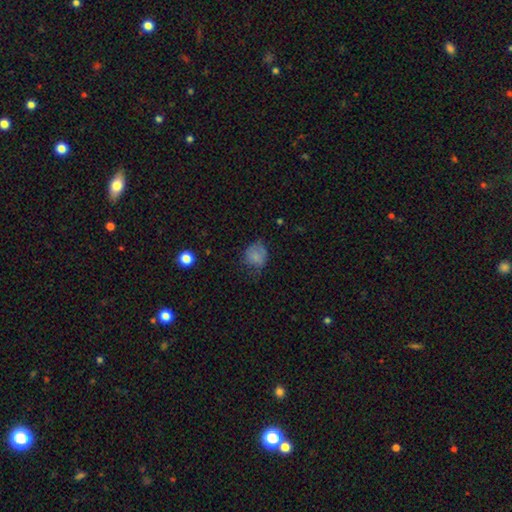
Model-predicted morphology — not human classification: A smooth galaxy with no disk features (75%) that is round (65%). Merging: none (50%).